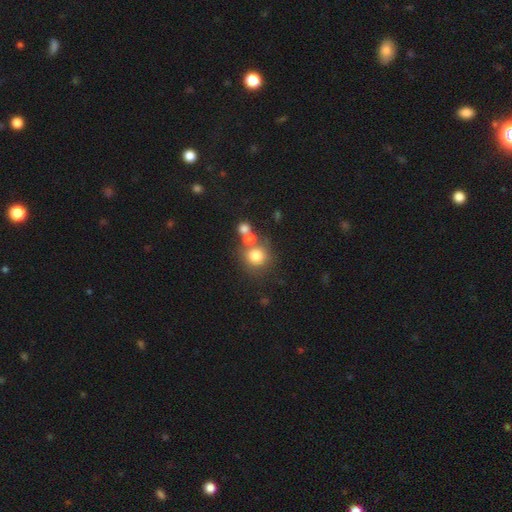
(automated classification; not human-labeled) A smooth galaxy with no disk features (77%) that is round (88%).

Vote fractions:
- Smooth or featured? smooth: 77% / star or artifact: 13% / featured or disk: 10%
- How rounded? round: 88% / in between: 11% / cigar-shaped: 1%
- Merging? none: 59% / merger: 26% / minor disturbance: 10% / major disturbance: 5%